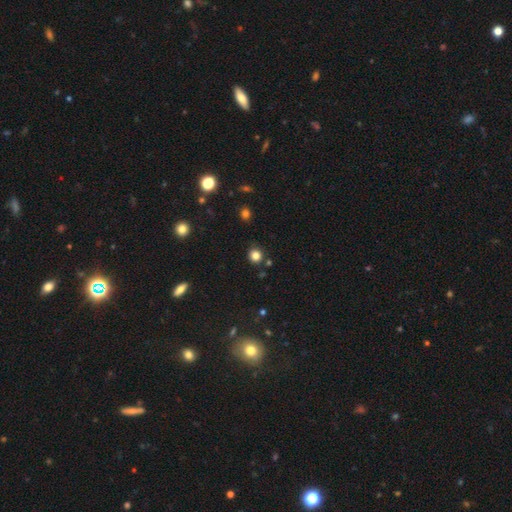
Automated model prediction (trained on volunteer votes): This is clearly a smooth galaxy (82%). How rounded: clearly round (91%). Merging: clearly none (86%).